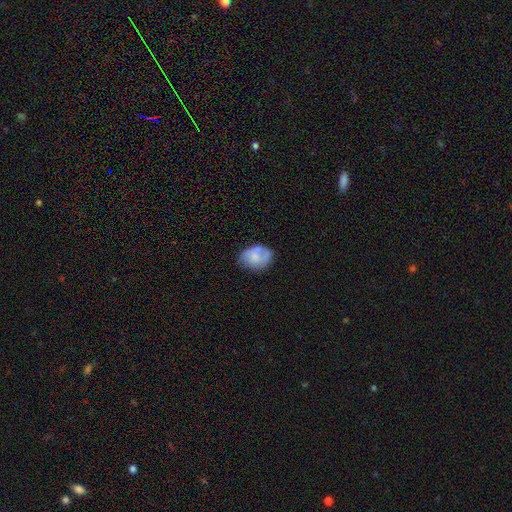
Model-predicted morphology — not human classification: Smooth or featured: smooth — 61% (featured or disk — 31%)
How rounded: in between — 66% (round — 33%)
Merging: none — 52% (minor disturbance — 30%)